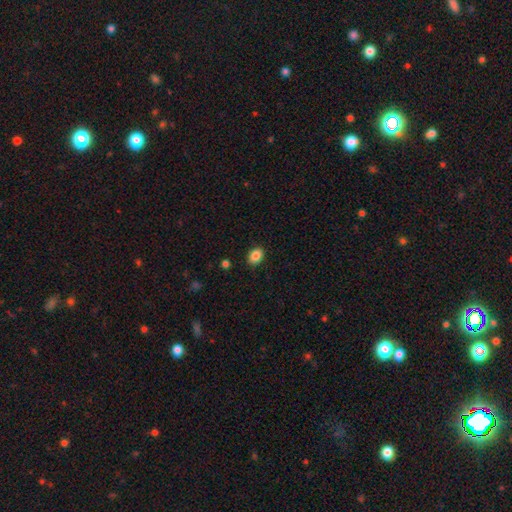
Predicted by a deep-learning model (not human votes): The model was most divided on "how rounded": in between: 75%, round: 24%, cigar-shaped: 1%. More confident: merging — none (89%); smooth or featured — smooth (87%).